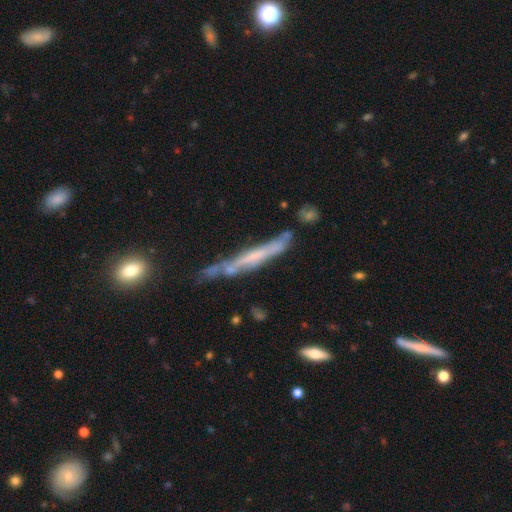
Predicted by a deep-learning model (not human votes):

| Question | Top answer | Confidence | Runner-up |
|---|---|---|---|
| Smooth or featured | featured or disk | 59% | smooth (33%) |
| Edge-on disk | yes | 84% | no (16%) |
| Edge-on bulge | none | 72% | rounded (16%) |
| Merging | none | 58% | minor disturbance (25%) |